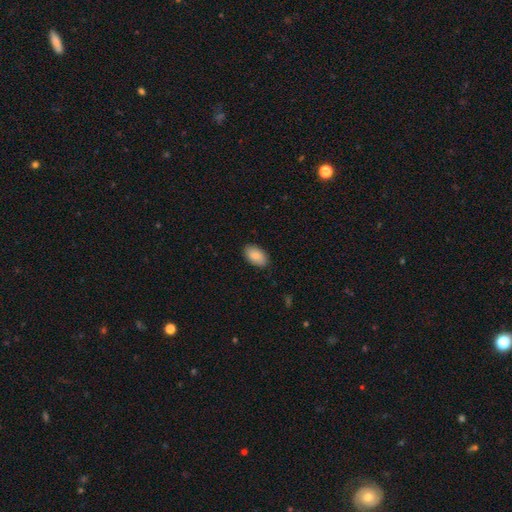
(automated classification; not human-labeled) This is clearly a smooth galaxy (86%). How rounded: clearly in between (94%). Merging: clearly none (87%).